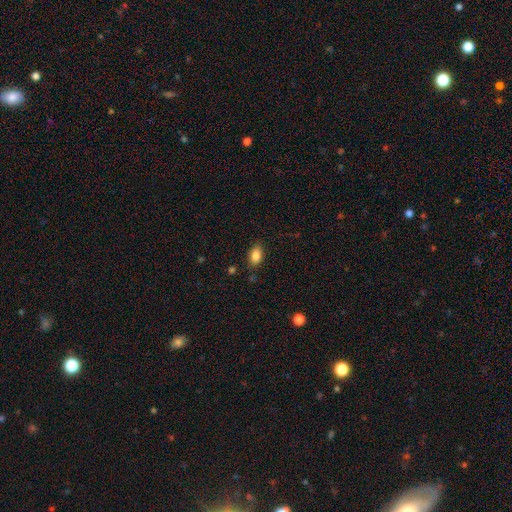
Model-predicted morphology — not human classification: Smooth or featured: smooth — 85% (star or artifact — 9%)
How rounded: in between — 88% (round — 9%)
Merging: none — 83% (minor disturbance — 13%)